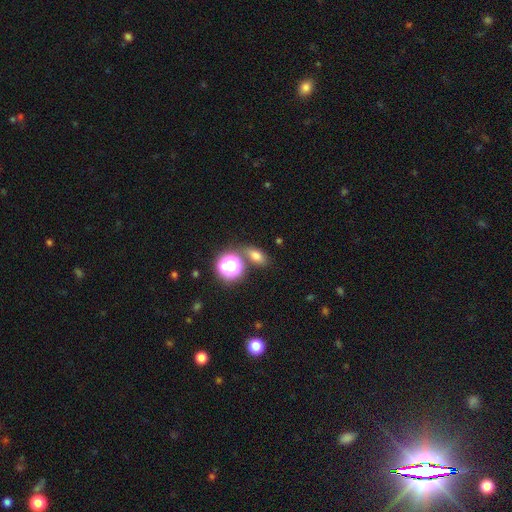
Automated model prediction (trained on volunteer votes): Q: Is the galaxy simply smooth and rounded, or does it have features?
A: smooth — 69%.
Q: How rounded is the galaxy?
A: in between — 73%.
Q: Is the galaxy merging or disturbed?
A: none — 72%.